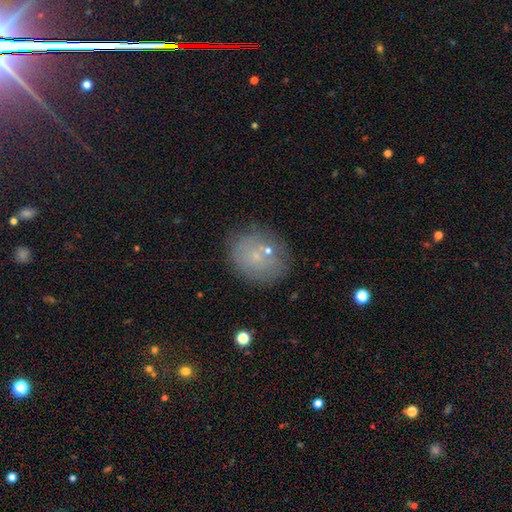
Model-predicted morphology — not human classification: This appears to be a smooth galaxy with no disk features (52%) that is round (69%). Merging: none (78%).